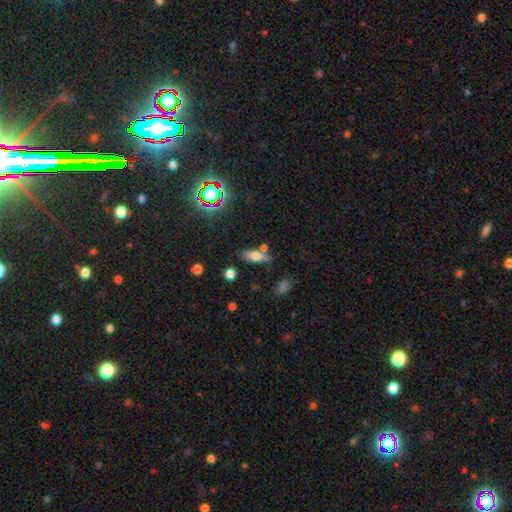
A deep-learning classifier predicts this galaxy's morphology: This is likely a smooth galaxy (64%). How rounded: likely in between (62%). Merging: likely none (65%).